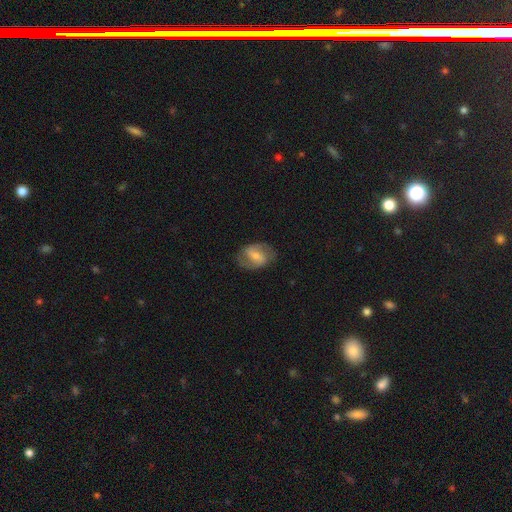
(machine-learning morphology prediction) Overall: featured or disk (71%). Edge-on disk: no (97%). Bar: weak (44%; strong 40%). Spiral arms: yes (89%). Spiral arm count: 2 (89%). Spiral winding: medium (49%; loose 29%). Bulge size: small (49%; moderate 37%). Merging: none (79%).